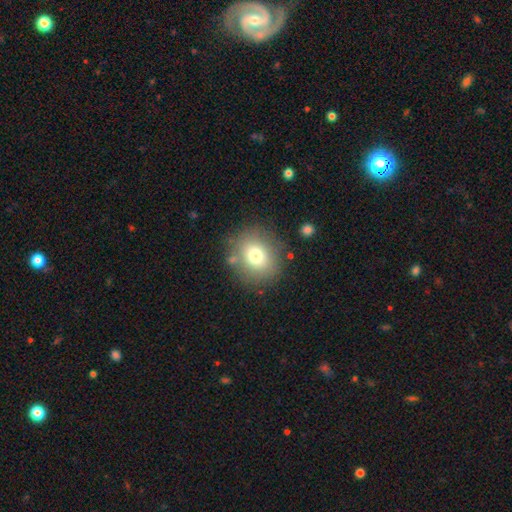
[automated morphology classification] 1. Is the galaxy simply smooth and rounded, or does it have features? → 74% smooth, 14% featured or disk, 12% star or artifact.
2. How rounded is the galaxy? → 77% round, 22% in between, 1% cigar-shaped.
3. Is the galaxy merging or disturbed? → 80% none, 11% minor disturbance, 5% major disturbance, 4% merger.